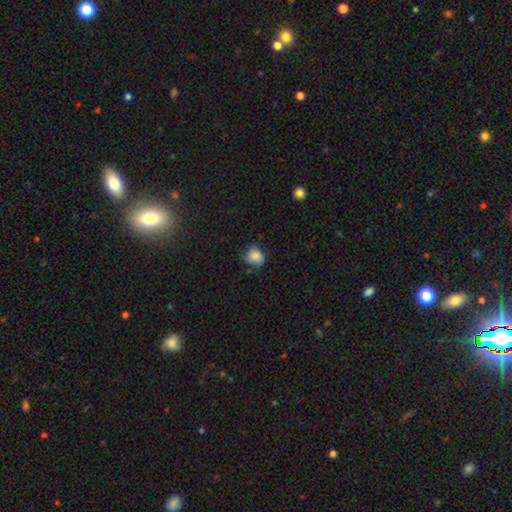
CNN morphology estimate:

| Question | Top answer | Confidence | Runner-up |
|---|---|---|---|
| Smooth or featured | smooth | 85% | star or artifact (9%) |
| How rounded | round | 65% | in between (34%) |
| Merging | none | 62% | minor disturbance (29%) |